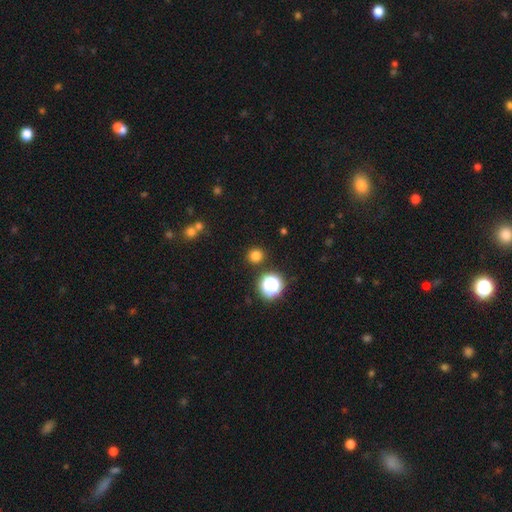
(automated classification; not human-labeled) smooth_or_featured: smooth (p=0.77) [alt: star or artifact p=0.18]
how_rounded: round (p=0.92) [alt: in between p=0.07]
merging: none (p=0.89) [alt: minor disturbance p=0.06]